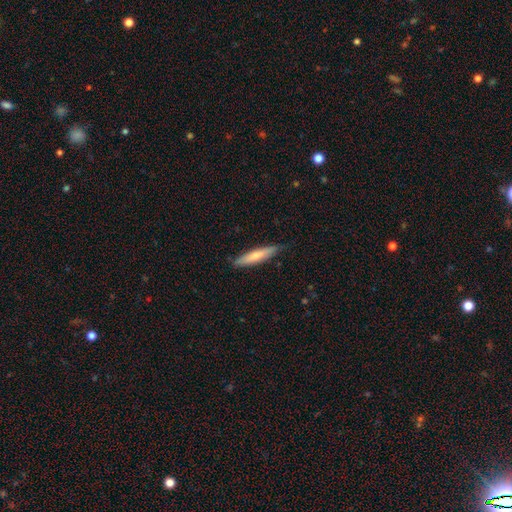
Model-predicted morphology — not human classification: Smooth or featured: smooth — 68% (featured or disk — 26%)
How rounded: cigar-shaped — 85% (in between — 14%)
Merging: none — 83% (minor disturbance — 14%)